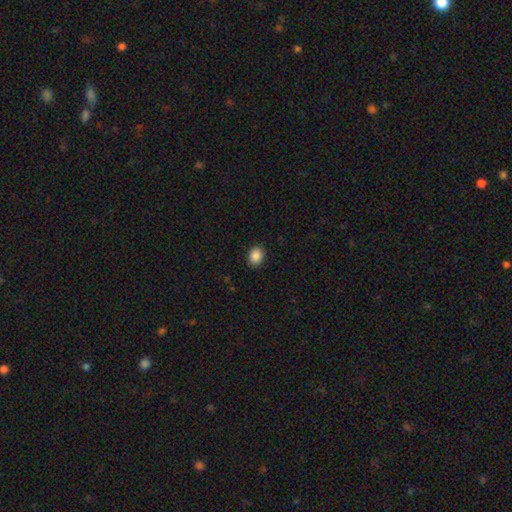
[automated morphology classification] smooth-or-featured: smooth: 88% | star or artifact: 9% | featured or disk: 3%
  how-rounded: in between: 53% | round: 46% | cigar-shaped: 1%
  merging: none: 90% | minor disturbance: 7% | major disturbance: 2% | merger: 1%